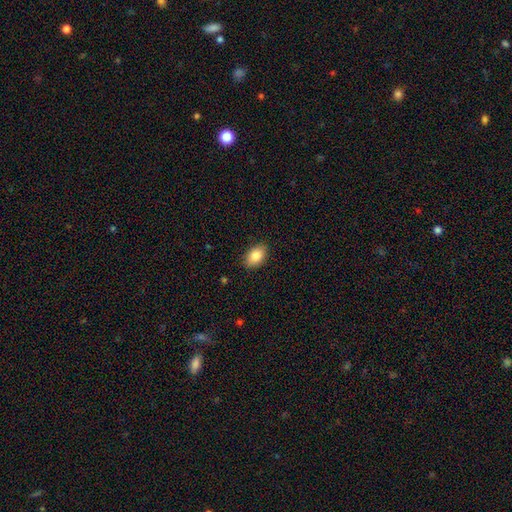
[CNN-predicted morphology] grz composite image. It shows a smooth galaxy with no disk features (87%) that is in between round and cigar-shaped (89%). Merging: none (86%).